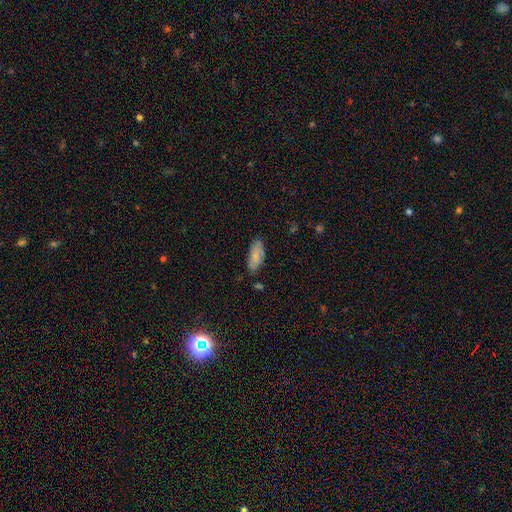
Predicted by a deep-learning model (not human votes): Smooth or featured: smooth — 80% (featured or disk — 13%)
How rounded: in between — 82% (cigar-shaped — 16%)
Merging: none — 71% (minor disturbance — 22%)